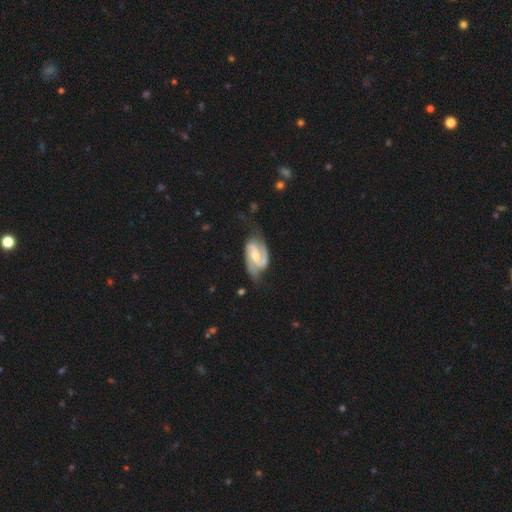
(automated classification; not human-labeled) smooth-or-featured: featured or disk: 88% | smooth: 8% | star or artifact: 4%
  disk-edge-on: no: 97% | yes: 3%
    bar: weak: 47% | no: 27% | strong: 26%
    has-spiral-arms: yes: 97% | no: 3%
      spiral-winding: medium: 50% | tight: 31% | loose: 19%
      spiral-arm-count: 2: 87% | can't tell: 4% | 3: 4% | 1: 3% | 4: 1% | more than 4: 1%
    bulge-size: moderate: 54% | small: 38% | large: 3% | none: 3% | dominant: 1%
  merging: none: 59% | minor disturbance: 25% | major disturbance: 13% | merger: 2%